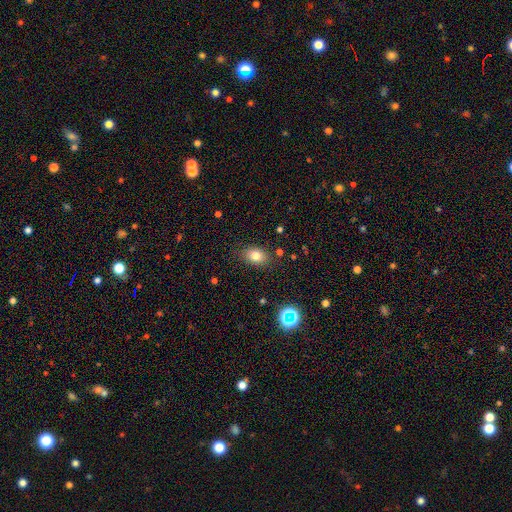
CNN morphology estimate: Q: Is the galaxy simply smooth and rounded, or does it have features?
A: smooth — 78%.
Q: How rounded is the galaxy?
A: in between — 76%.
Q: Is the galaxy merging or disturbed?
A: none — 84%.